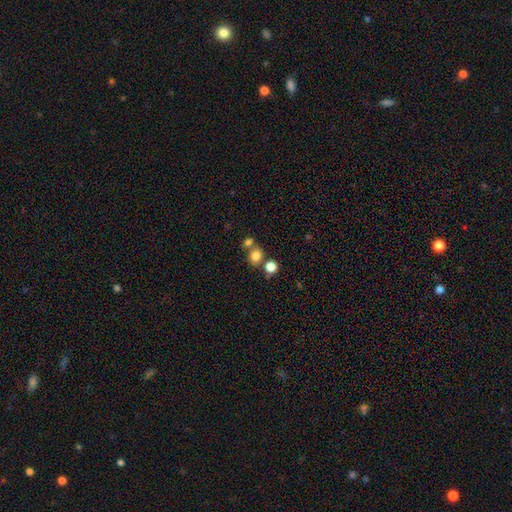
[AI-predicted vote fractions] This appears to be a smooth galaxy with no disk features (79%) that is round (73%). Merging: none (56%).